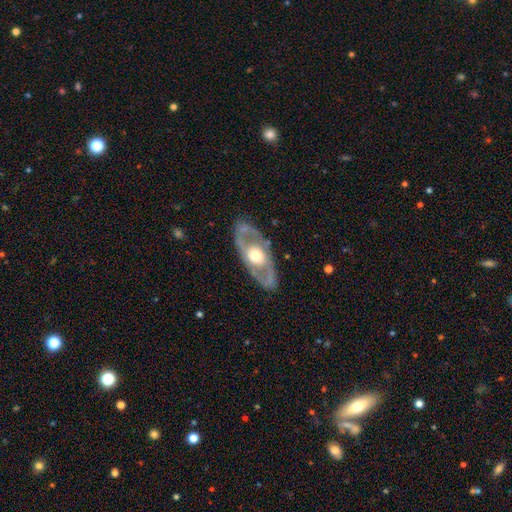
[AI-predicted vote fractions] This is likely a featured or disk galaxy (72%). It is clearly not viewed edge-on (87%). Bar: clearly no (81%). Spiral arm pattern: likely no (64%). Central bulge: likely moderate (64%). Merging: clearly none (82%).